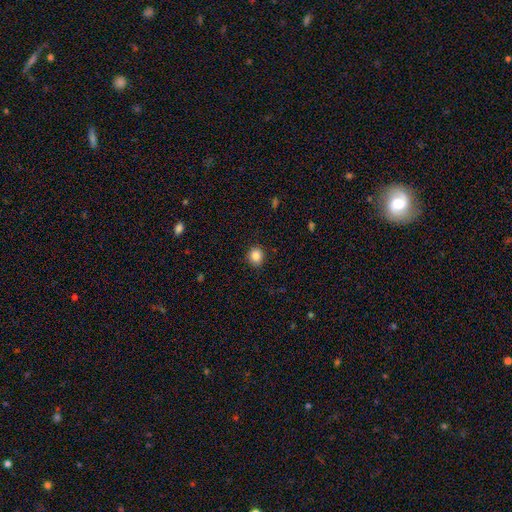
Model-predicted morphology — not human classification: Smooth or featured: smooth — 86% (star or artifact — 10%)
How rounded: round — 83% (in between — 17%)
Merging: none — 88% (minor disturbance — 9%)